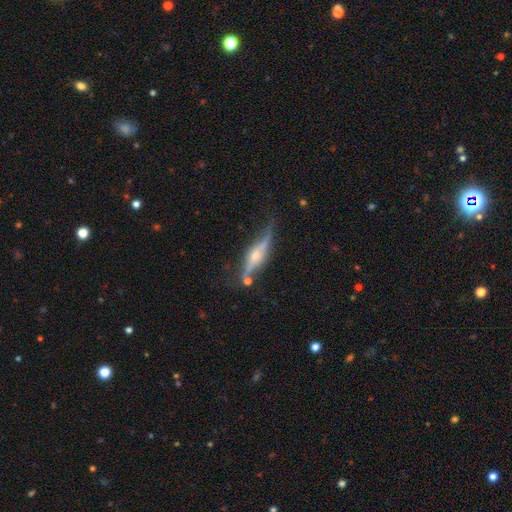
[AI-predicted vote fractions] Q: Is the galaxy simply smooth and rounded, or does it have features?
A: featured or disk — 76%.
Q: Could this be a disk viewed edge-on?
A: yes — 86%.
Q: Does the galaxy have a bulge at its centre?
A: rounded — 84%.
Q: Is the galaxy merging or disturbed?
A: none — 58%.